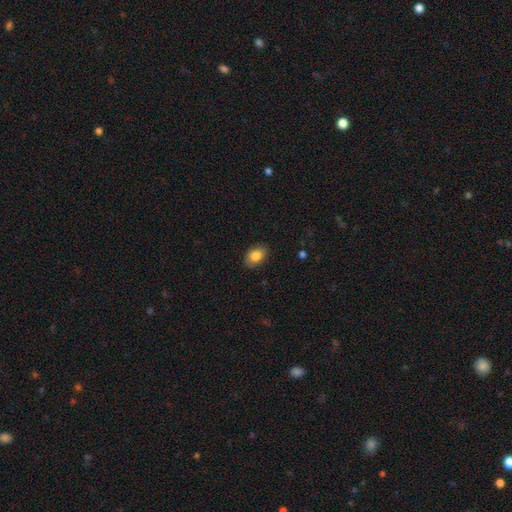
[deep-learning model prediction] A smooth galaxy with no disk features (85%) that is in between round and cigar-shaped (85%). Merging: none (87%).